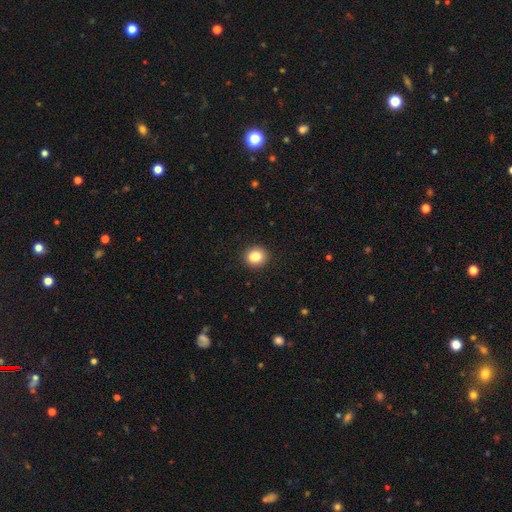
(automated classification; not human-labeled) Smooth or featured? smooth (82%)
How rounded? round (77%)
Merging? none (83%)